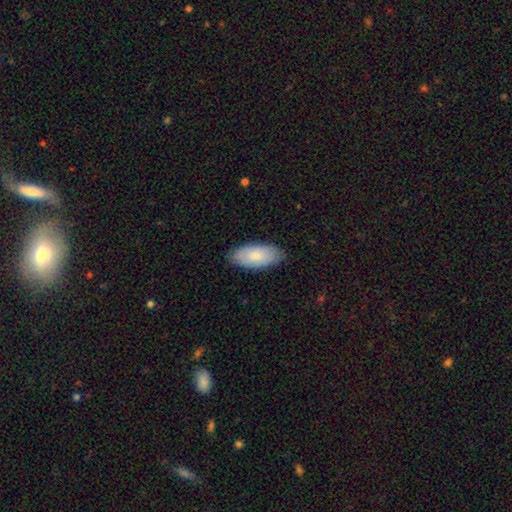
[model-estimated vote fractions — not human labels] The model was most divided on "smooth or featured": smooth: 76%, featured or disk: 19%, star or artifact: 5%. More confident: how rounded — in between (92%); merging — none (81%).